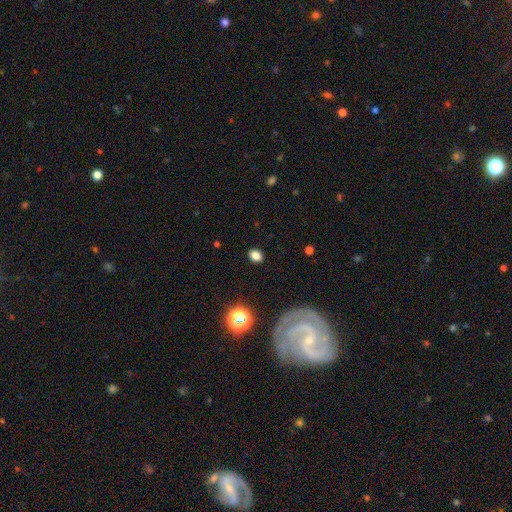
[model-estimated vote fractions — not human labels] The model was most divided on "how rounded": in between: 73%, round: 26%, cigar-shaped: 2%. More confident: merging — none (88%); smooth or featured — smooth (81%).